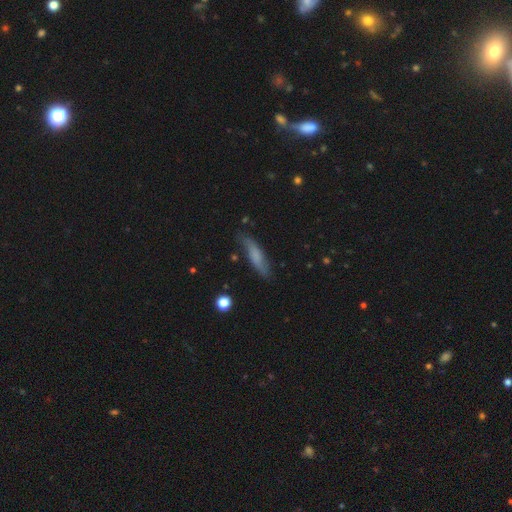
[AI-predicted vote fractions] The model was most divided on "smooth or featured": smooth: 65%, featured or disk: 27%, star or artifact: 8%. More confident: how rounded — cigar-shaped (75%); merging — none (75%).